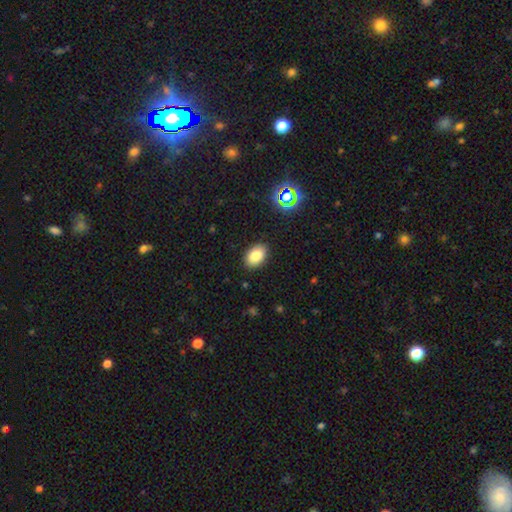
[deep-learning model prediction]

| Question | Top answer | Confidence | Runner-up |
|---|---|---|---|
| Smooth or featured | smooth | 84% | star or artifact (10%) |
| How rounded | in between | 87% | round (12%) |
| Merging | none | 88% | minor disturbance (9%) |